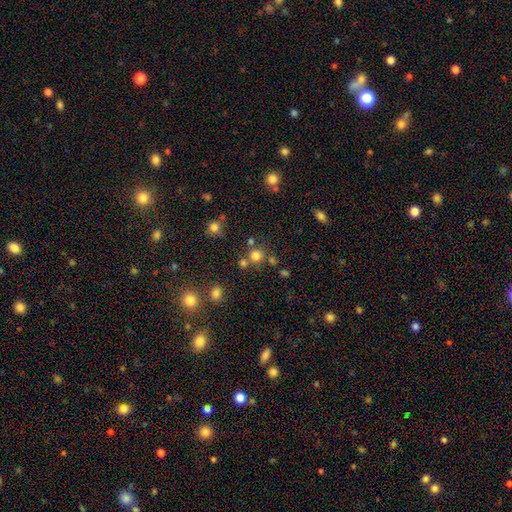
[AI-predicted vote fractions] A smooth galaxy with no disk features (75%) that is round (92%). Merging: none (71%).